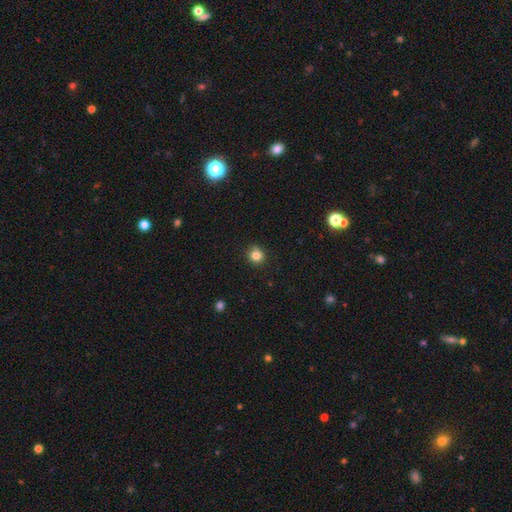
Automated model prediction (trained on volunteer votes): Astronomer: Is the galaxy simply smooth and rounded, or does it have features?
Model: smooth — 83%.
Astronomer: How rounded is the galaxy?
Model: round — 85%.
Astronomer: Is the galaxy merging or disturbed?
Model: none — 84%.